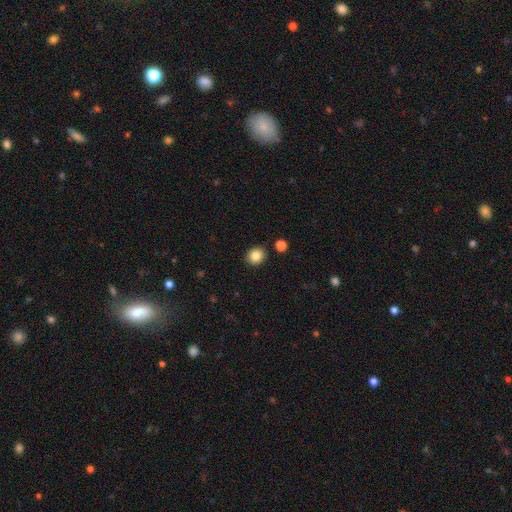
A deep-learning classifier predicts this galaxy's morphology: A smooth galaxy with no disk features (85%) that is round (76%).

Vote fractions:
- Smooth or featured? smooth: 85% / star or artifact: 10% / featured or disk: 5%
- How rounded? round: 76% / in between: 23% / cigar-shaped: 1%
- Merging? none: 88% / minor disturbance: 7% / merger: 3% / major disturbance: 2%